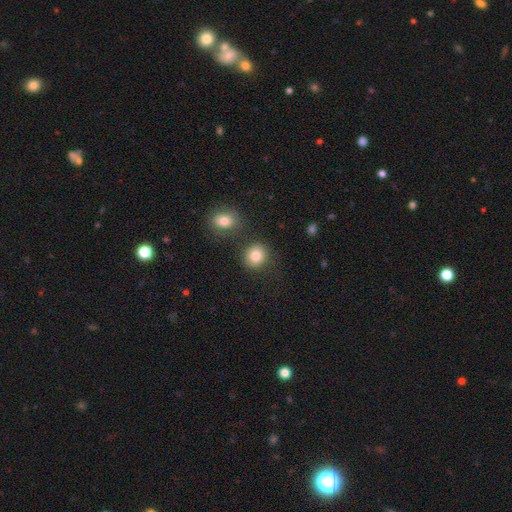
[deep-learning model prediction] This is clearly a smooth galaxy (83%). How rounded: likely round (77%). Merging: likely none (79%).